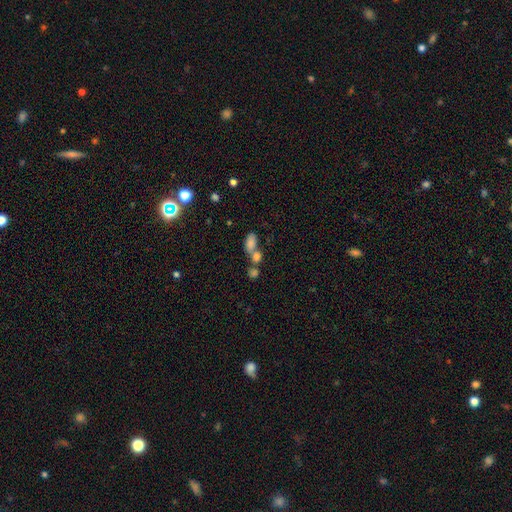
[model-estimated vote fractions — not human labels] Morphology: type=smooth (59%); roundness=in between (69%); merging=merger (51%).